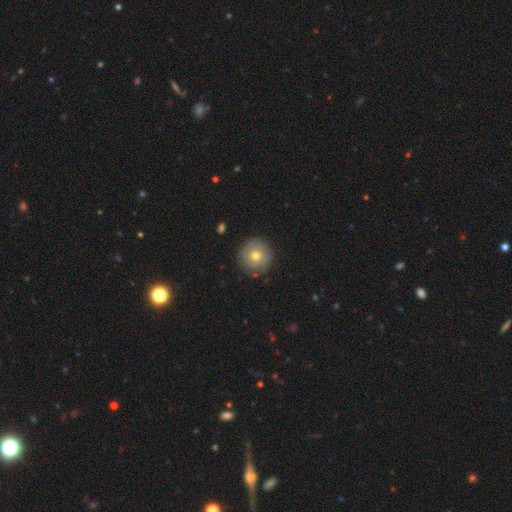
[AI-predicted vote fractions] smooth_or_featured: smooth (p=0.61) [alt: featured or disk p=0.31]
how_rounded: round (p=0.95) [alt: in between p=0.04]
merging: none (p=0.85) [alt: minor disturbance p=0.10]